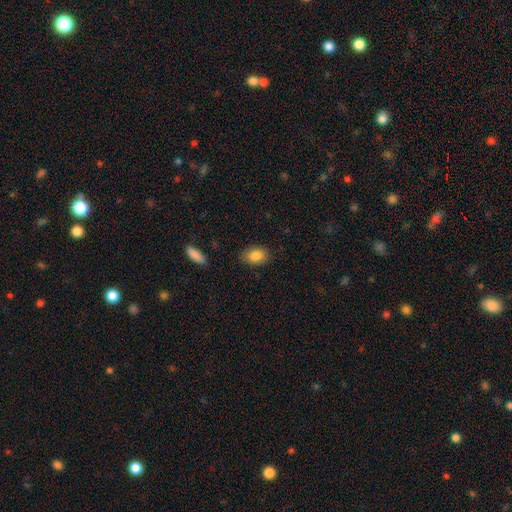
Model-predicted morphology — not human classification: A smooth galaxy with no disk features (86%) that is in between round and cigar-shaped (85%).

Vote fractions:
- Smooth or featured? smooth: 86% / star or artifact: 8% / featured or disk: 6%
- How rounded? in between: 85% / round: 13% / cigar-shaped: 2%
- Merging? none: 83% / minor disturbance: 13% / major disturbance: 3% / merger: 1%